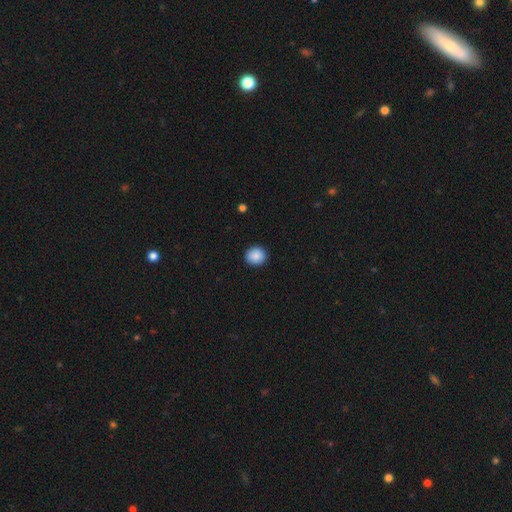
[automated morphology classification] This appears to be a smooth galaxy with no disk features (88%) that is round (83%). Merging: none (91%).